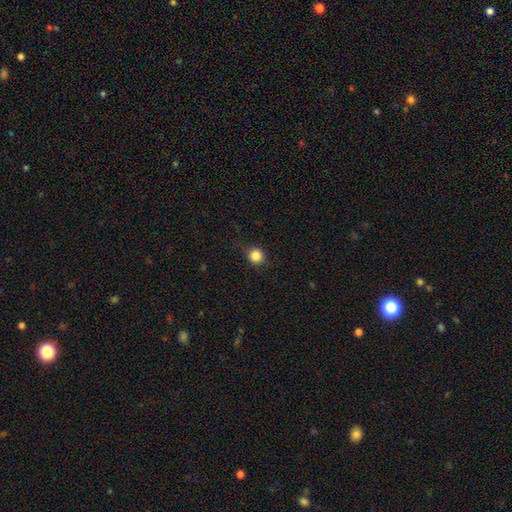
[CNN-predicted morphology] Smooth or featured: smooth — 85% (star or artifact — 11%)
How rounded: round — 92% (in between — 8%)
Merging: none — 86% (minor disturbance — 10%)